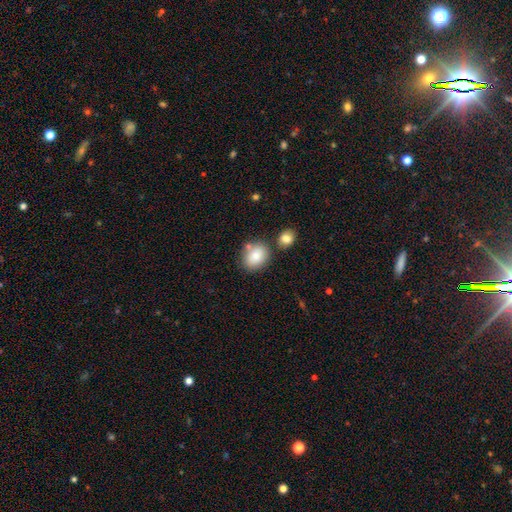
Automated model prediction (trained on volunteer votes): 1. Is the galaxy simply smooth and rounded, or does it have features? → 82% smooth, 10% featured or disk, 8% star or artifact.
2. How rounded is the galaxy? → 54% in between, 45% round, 1% cigar-shaped.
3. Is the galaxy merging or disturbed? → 68% none, 15% merger, 14% minor disturbance, 4% major disturbance.